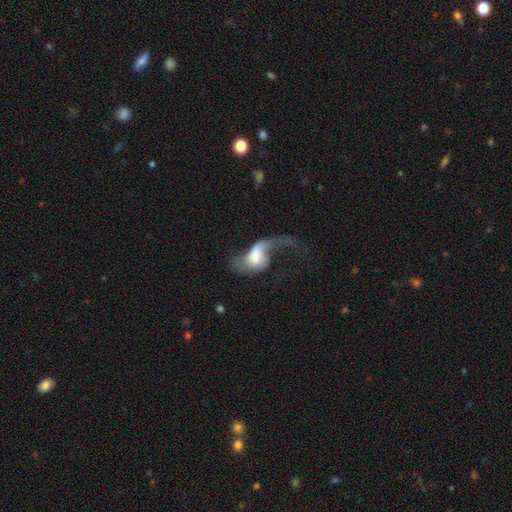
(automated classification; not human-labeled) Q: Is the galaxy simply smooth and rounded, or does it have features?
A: featured or disk — 48%.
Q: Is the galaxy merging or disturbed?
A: major disturbance — 66%.